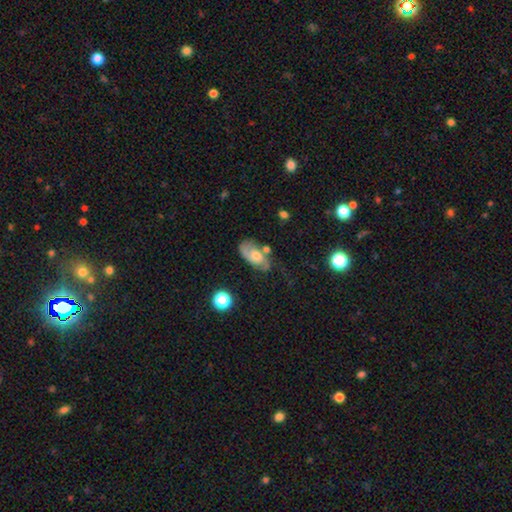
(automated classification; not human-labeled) Smooth or featured? featured or disk (59%)
Edge-on disk? no (94%)
Bar? no (70%)
Spiral arms? yes (83%)
Bulge size? moderate (56%)
Merging? none (52%)